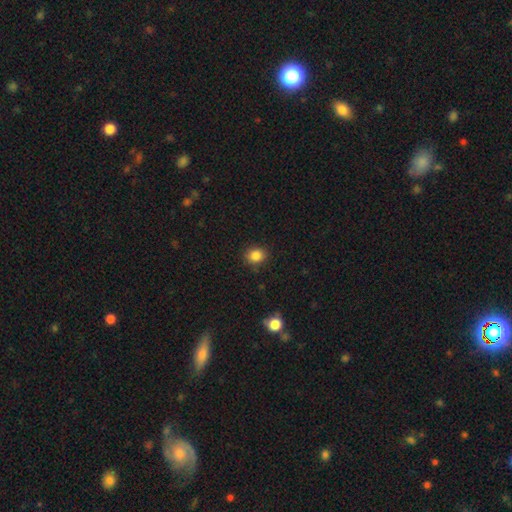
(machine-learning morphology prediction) smooth 85%, star or artifact 11%, featured or disk 4%. Down the decision tree: how rounded — round (66%); merging — none (87%).